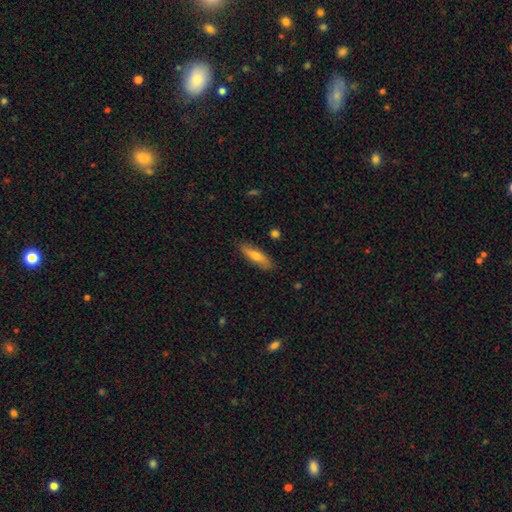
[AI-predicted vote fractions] Smooth or featured?
  - smooth: 66% *
  - featured or disk: 28%
  - star or artifact: 6%
How rounded?
  - cigar-shaped: 57% *
  - in between: 41%
  - round: 2%
Merging?
  - none: 85% *
  - minor disturbance: 11%
  - major disturbance: 2%
  - merger: 2%